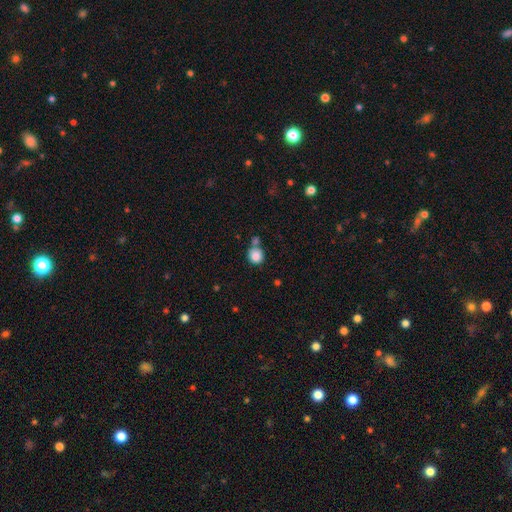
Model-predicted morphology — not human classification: A smooth galaxy with no disk features (85%) that is round (87%). Merging: none (60%).